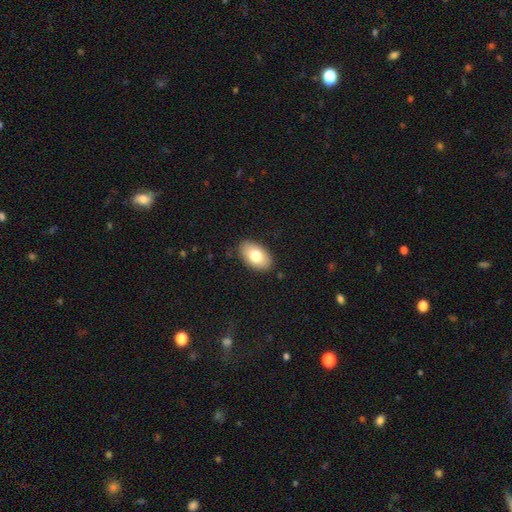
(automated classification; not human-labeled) Smooth or featured: smooth — 76% (featured or disk — 18%)
How rounded: in between — 93% (round — 5%)
Merging: none — 87% (minor disturbance — 10%)